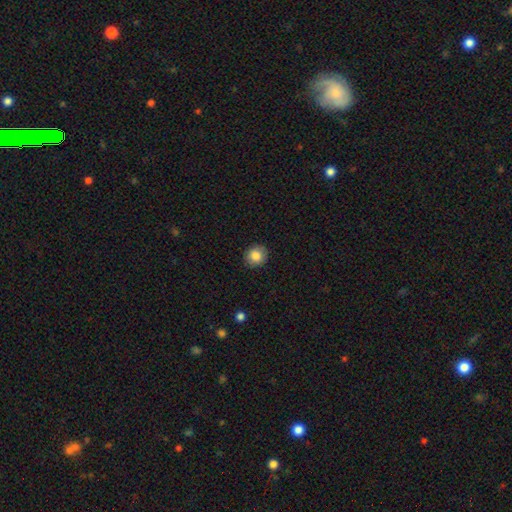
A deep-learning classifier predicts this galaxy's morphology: Smooth or featured? smooth (84%)
How rounded? round (83%)
Merging? none (88%)